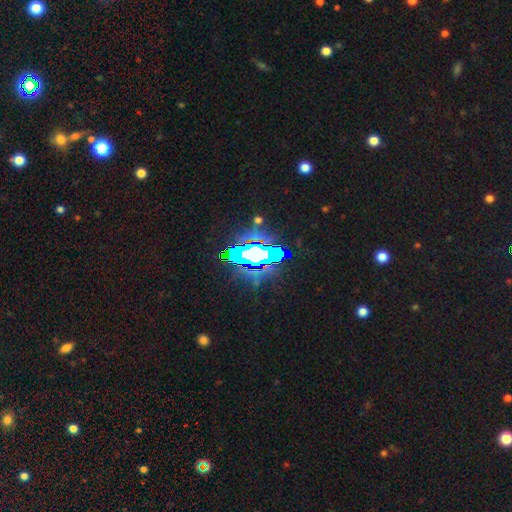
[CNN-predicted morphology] Smooth or featured? Predicted: star or artifact (p=0.62).